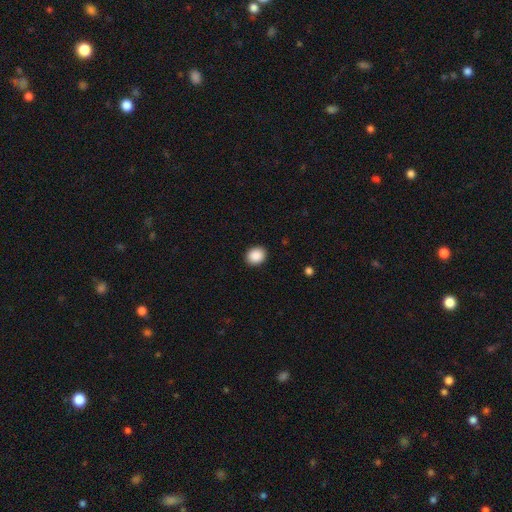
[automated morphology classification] smooth_or_featured: smooth (p=0.89) [alt: star or artifact p=0.08]
how_rounded: round (p=0.64) [alt: in between p=0.35]
merging: none (p=0.91) [alt: minor disturbance p=0.06]